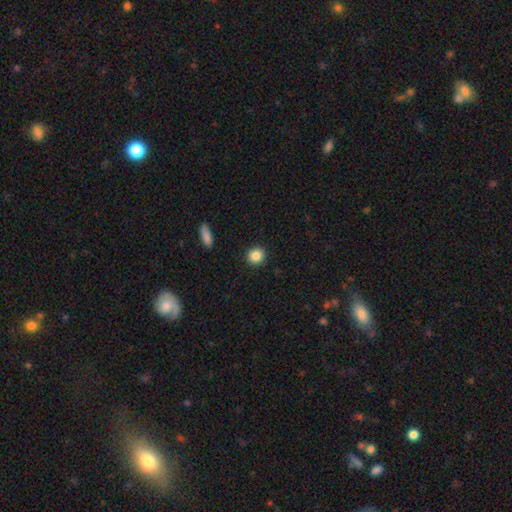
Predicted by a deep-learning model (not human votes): smooth-or-featured: smooth: 86% | star or artifact: 9% | featured or disk: 4%
  how-rounded: round: 88% | in between: 11% | cigar-shaped: 1%
  merging: none: 92% | minor disturbance: 5% | major disturbance: 2% | merger: 1%